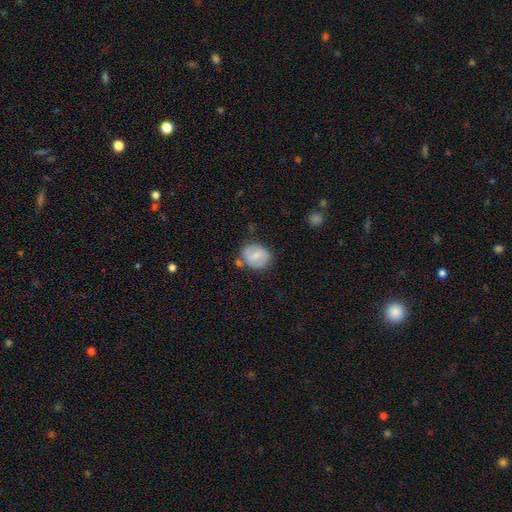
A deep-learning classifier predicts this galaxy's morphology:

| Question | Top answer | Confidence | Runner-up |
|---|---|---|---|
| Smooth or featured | smooth | 52% | featured or disk (41%) |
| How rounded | round | 54% | in between (45%) |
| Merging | none | 61% | minor disturbance (23%) |